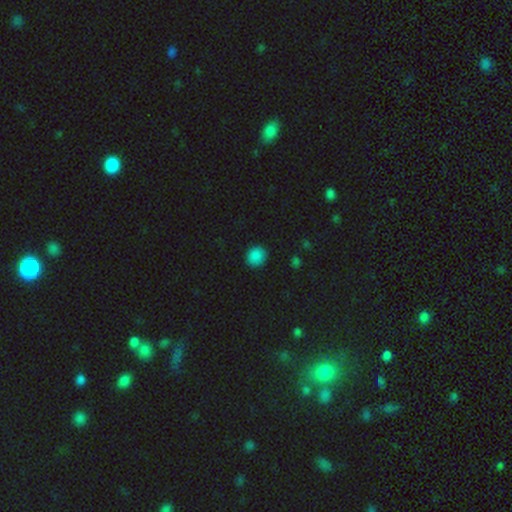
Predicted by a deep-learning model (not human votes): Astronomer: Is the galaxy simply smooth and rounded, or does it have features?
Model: smooth — 86%.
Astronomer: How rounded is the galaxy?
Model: round — 84%.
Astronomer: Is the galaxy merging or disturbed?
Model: none — 90%.